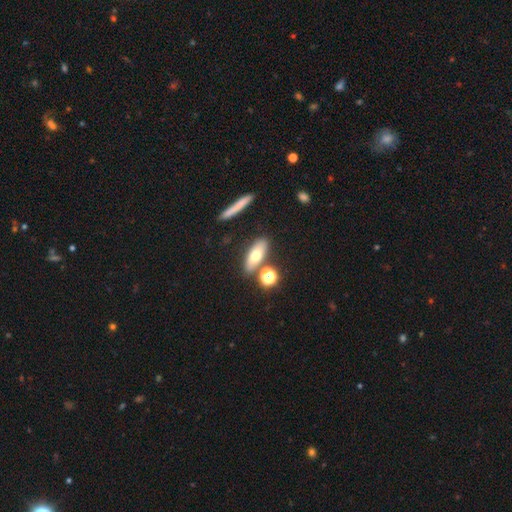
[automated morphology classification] Smooth or featured?
  - smooth: 65% *
  - featured or disk: 25%
  - star or artifact: 11%
How rounded?
  - in between: 64% *
  - cigar-shaped: 28%
  - round: 8%
Merging?
  - none: 74% *
  - merger: 13%
  - minor disturbance: 10%
  - major disturbance: 3%